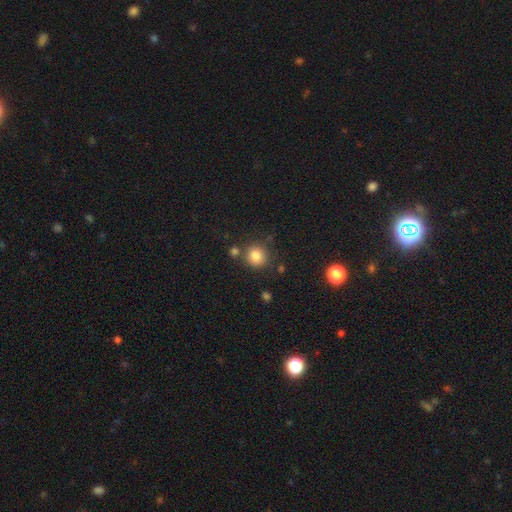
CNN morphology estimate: smooth_or_featured: smooth (p=0.81) [alt: star or artifact p=0.12]
how_rounded: round (p=0.90) [alt: in between p=0.09]
merging: none (p=0.78) [alt: minor disturbance p=0.10]